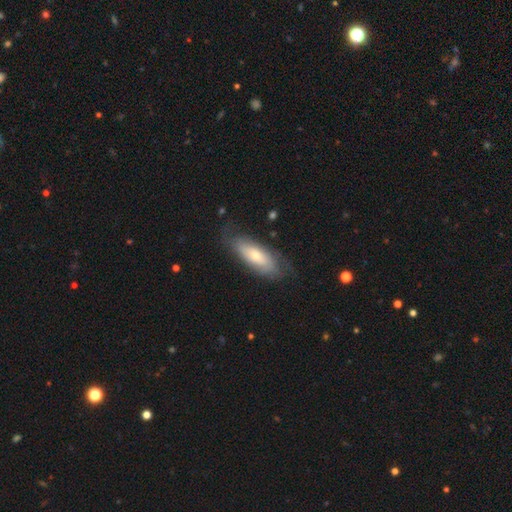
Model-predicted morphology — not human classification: Smooth or featured?
  - smooth: 51% *
  - featured or disk: 43%
  - star or artifact: 7%
How rounded?
  - in between: 70% *
  - cigar-shaped: 28%
  - round: 2%
Merging?
  - none: 70% *
  - minor disturbance: 21%
  - major disturbance: 7%
  - merger: 1%